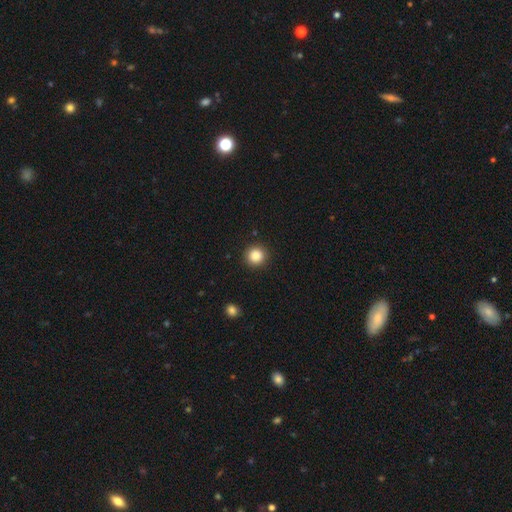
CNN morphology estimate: The model was most divided on "smooth or featured": smooth: 86%, star or artifact: 10%, featured or disk: 4%. More confident: how rounded — round (94%); merging — none (92%).